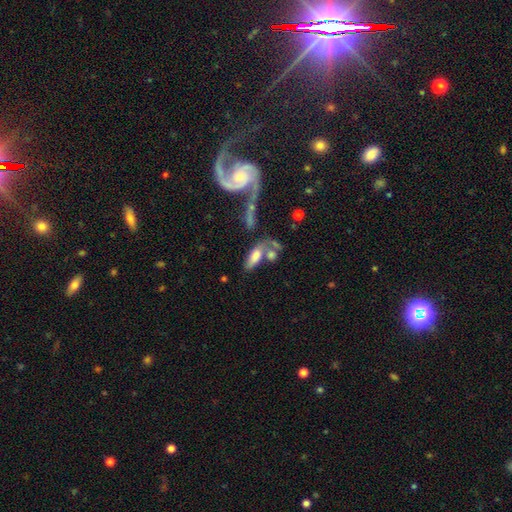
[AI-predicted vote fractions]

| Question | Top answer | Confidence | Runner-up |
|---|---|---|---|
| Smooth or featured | smooth | 66% | featured or disk (25%) |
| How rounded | in between | 79% | cigar-shaped (17%) |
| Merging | merger | 49% | none (26%) |